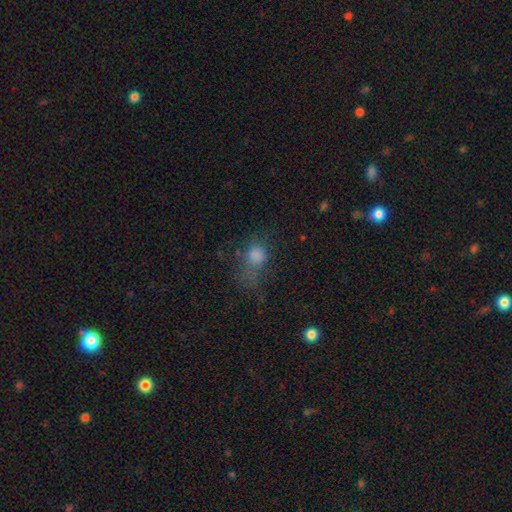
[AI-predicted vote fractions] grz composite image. It shows a smooth galaxy with no disk features (70%) that is round (50%). Merging: none (39%).